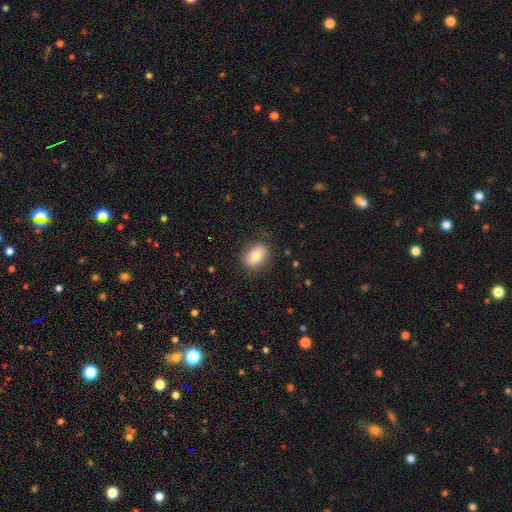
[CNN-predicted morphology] Q: Smooth or featured?
A: smooth (80%); runner-up: featured or disk (12%)
Q: How rounded?
A: in between (75%); runner-up: round (24%)
Q: Merging?
A: none (82%); runner-up: minor disturbance (13%)